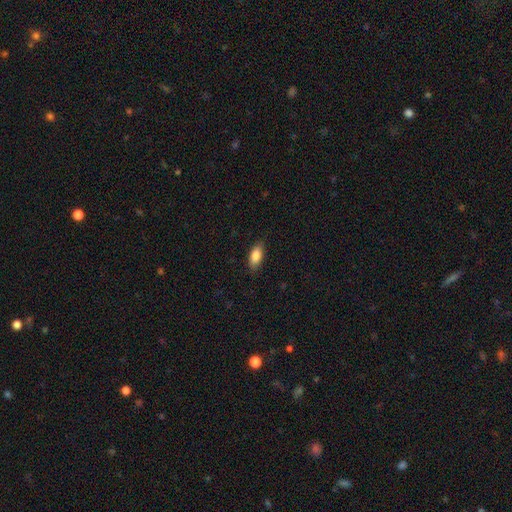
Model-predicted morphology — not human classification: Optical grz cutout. It shows a smooth galaxy with no disk features (85%) that is in between round and cigar-shaped (85%). Merging: none (84%).